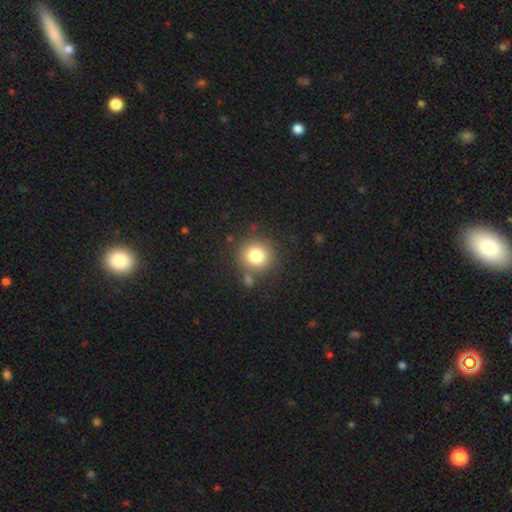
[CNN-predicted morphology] Smooth or featured? Predicted: smooth (p=0.79). How rounded? Predicted: round (p=0.92). Merging? Predicted: none (p=0.80).